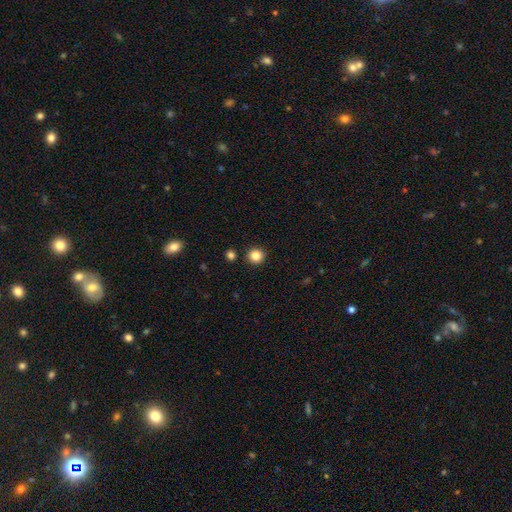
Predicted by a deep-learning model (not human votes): Smooth or featured? Predicted: smooth (p=0.84). How rounded? Predicted: round (p=0.93). Merging? Predicted: none (p=0.91).